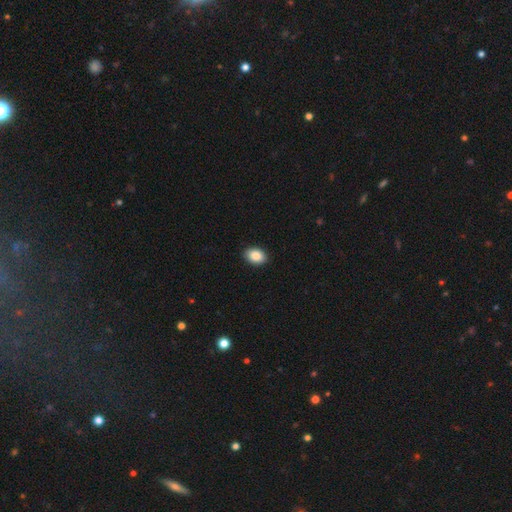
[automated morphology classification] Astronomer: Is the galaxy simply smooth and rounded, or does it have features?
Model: smooth — 88%.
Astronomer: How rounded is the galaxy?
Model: in between — 79%.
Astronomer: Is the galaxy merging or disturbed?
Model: none — 91%.